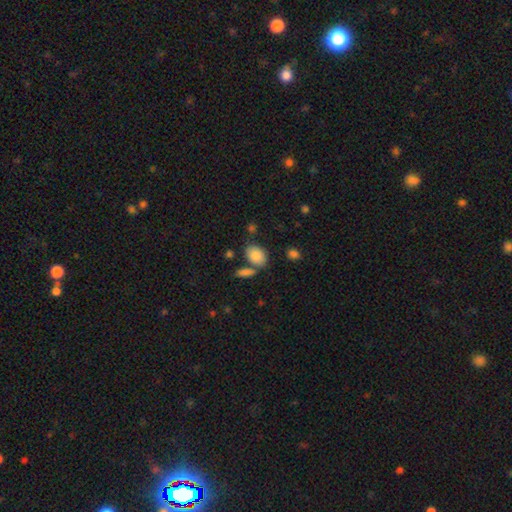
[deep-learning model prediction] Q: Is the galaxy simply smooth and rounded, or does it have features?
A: smooth — 85%.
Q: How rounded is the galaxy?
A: in between — 83%.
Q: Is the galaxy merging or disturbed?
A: none — 65%.